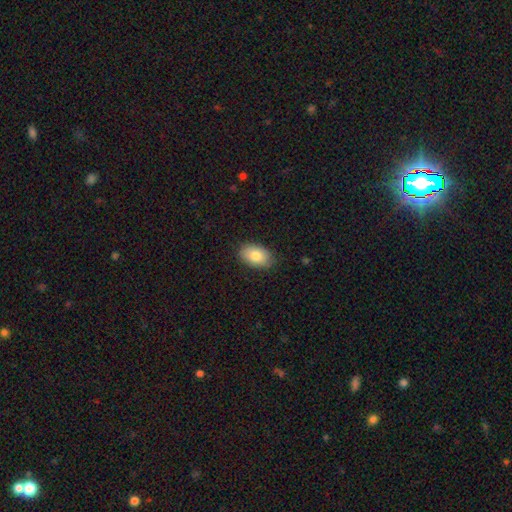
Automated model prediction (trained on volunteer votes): A smooth galaxy with no disk features (81%) that is in between round and cigar-shaped (88%).

Vote fractions:
- Smooth or featured? smooth: 81% / featured or disk: 12% / star or artifact: 7%
- How rounded? in between: 88% / round: 10% / cigar-shaped: 1%
- Merging? none: 85% / minor disturbance: 12% / major disturbance: 2% / merger: 1%